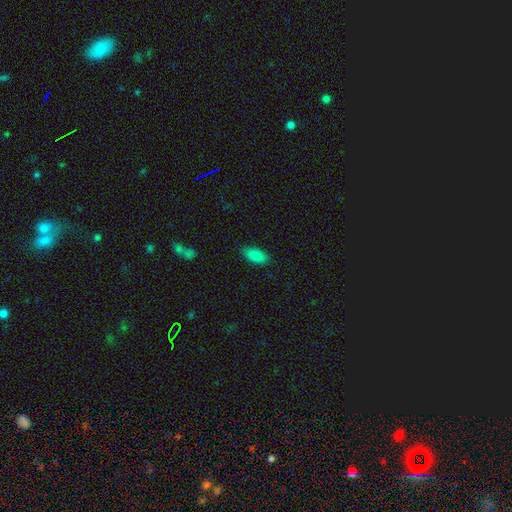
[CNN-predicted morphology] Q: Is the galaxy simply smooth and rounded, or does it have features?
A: smooth — 86%.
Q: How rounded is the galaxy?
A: in between — 88%.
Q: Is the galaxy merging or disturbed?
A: none — 86%.